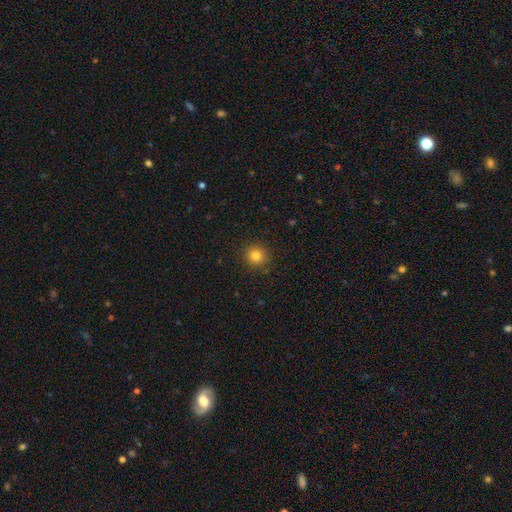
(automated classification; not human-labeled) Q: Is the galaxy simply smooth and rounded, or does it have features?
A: smooth — 83%.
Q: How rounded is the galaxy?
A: round — 90%.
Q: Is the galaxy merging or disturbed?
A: none — 90%.